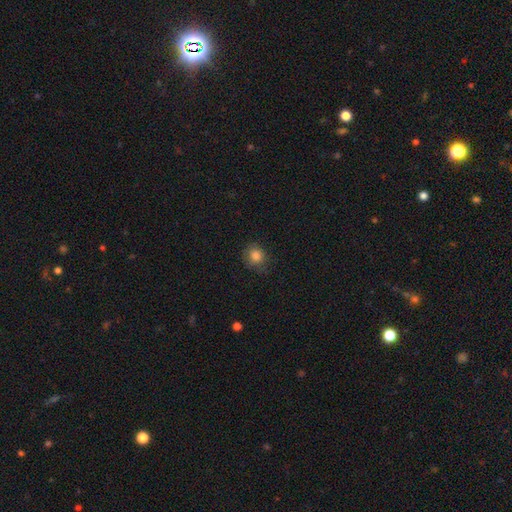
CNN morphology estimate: Smooth or featured? smooth (84%)
How rounded? round (80%)
Merging? none (74%)